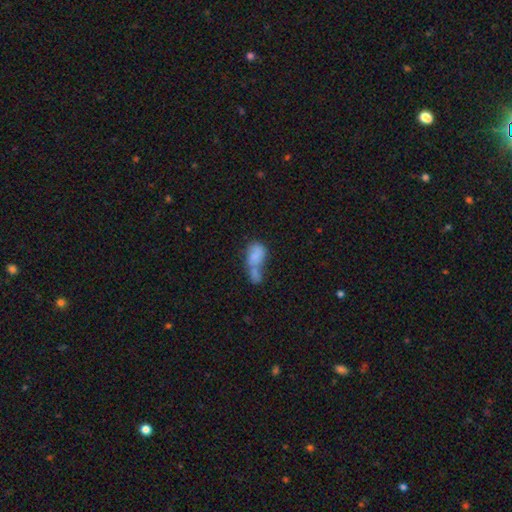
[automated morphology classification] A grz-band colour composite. It shows a smooth galaxy with no disk features (73%) that is in between round and cigar-shaped (81%). Merging: merger (67%).